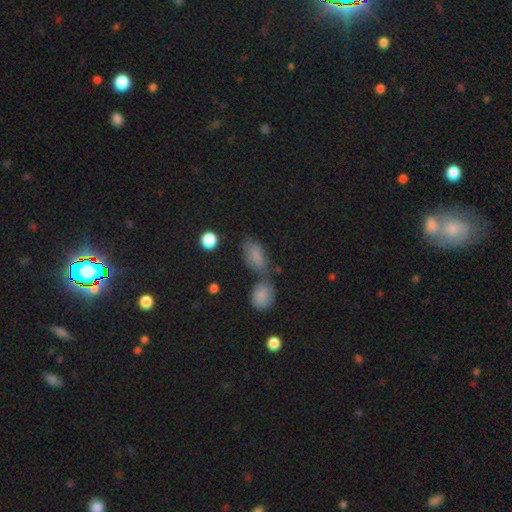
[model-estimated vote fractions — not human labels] Smooth or featured?
  - smooth: 77% *
  - featured or disk: 12%
  - star or artifact: 11%
How rounded?
  - in between: 88% *
  - round: 8%
  - cigar-shaped: 4%
Merging?
  - none: 42% *
  - merger: 29%
  - minor disturbance: 20%
  - major disturbance: 9%